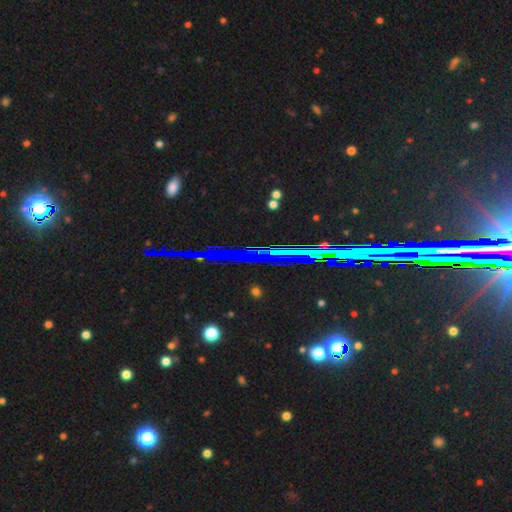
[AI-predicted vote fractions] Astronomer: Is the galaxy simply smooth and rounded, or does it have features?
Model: star or artifact — 81%.